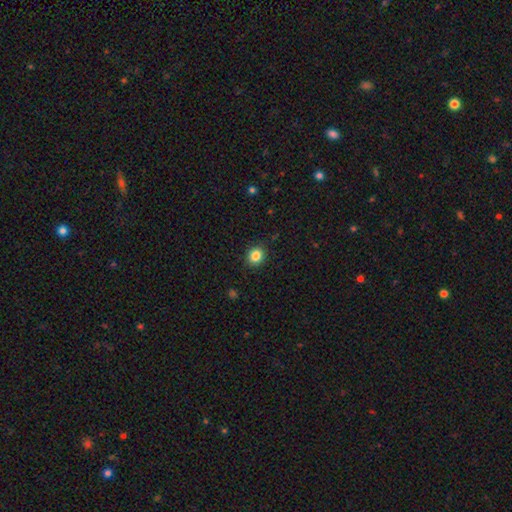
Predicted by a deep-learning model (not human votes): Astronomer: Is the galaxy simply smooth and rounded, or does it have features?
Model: smooth — 85%.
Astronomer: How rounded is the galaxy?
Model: round — 75%.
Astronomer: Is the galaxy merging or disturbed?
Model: none — 90%.